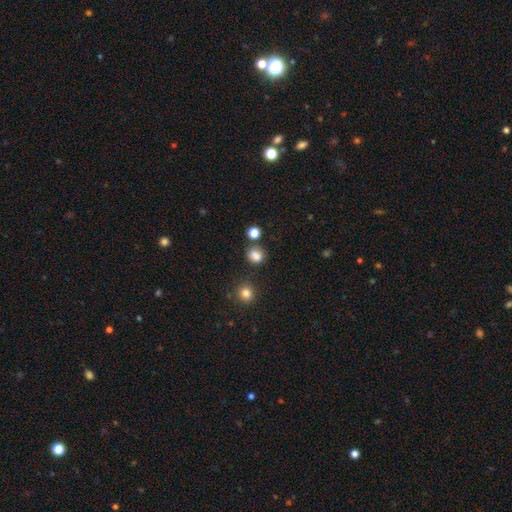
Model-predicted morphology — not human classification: Smooth or featured: smooth — 83% (star or artifact — 13%)
How rounded: round — 65% (in between — 34%)
Merging: none — 75% (minor disturbance — 13%)